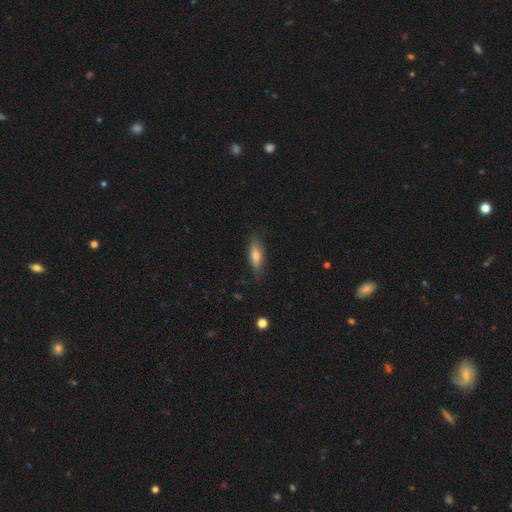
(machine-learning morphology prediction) This appears to be a smooth galaxy with no disk features (69%) that is in between round and cigar-shaped (52%). Merging: none (80%).